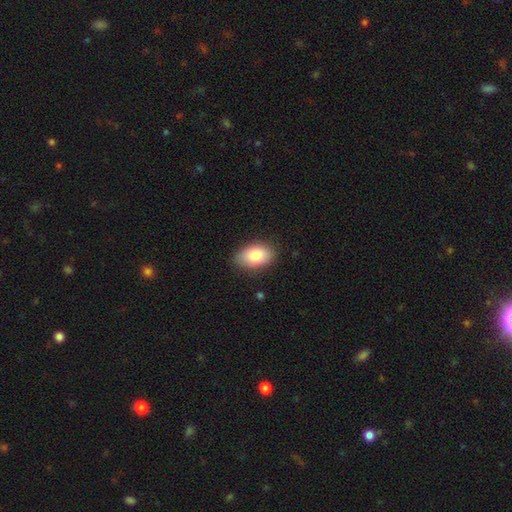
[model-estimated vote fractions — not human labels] smooth 83%, featured or disk 10%, star or artifact 7%. Down the decision tree: how rounded — in between (90%); merging — none (84%).